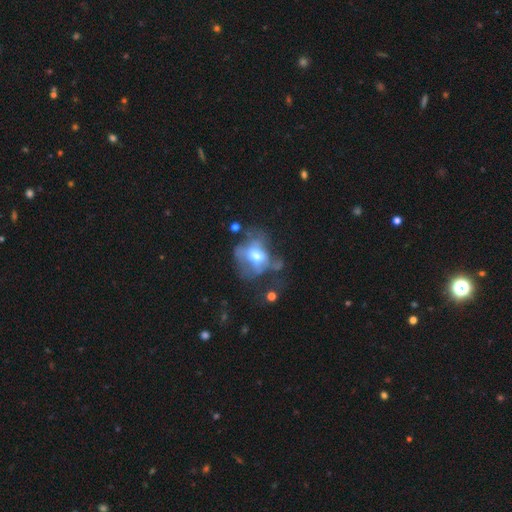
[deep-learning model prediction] Smooth or featured? featured or disk (50%)
Edge-on disk? no (94%)
Merging? major disturbance (45%)